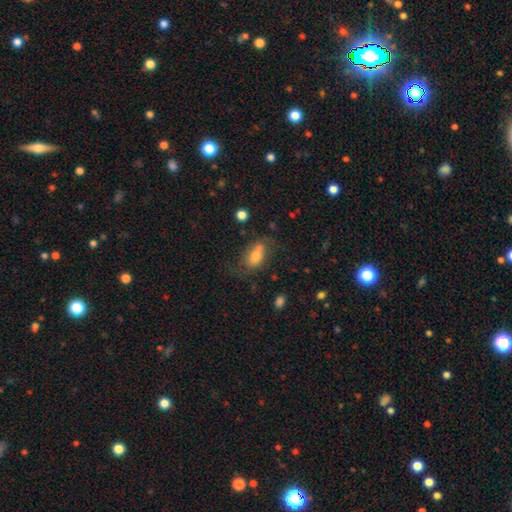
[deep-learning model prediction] Smooth or featured? Predicted: smooth (p=0.65). How rounded? Predicted: in between (p=0.83). Merging? Predicted: none (p=0.47).